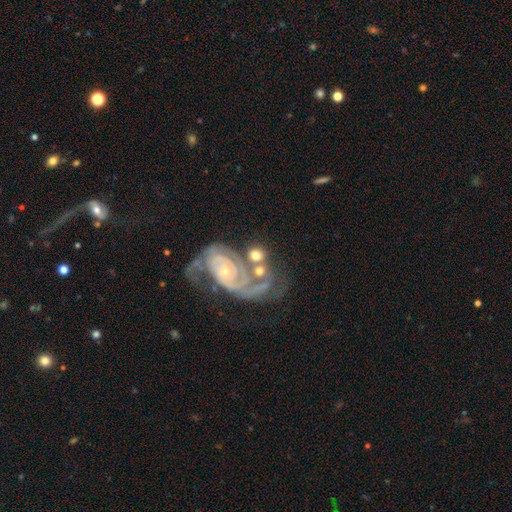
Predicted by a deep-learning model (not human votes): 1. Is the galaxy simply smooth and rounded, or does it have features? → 62% featured or disk, 31% smooth, 8% star or artifact.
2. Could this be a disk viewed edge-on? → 96% no, 4% yes.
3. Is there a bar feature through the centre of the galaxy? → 73% no, 19% weak, 7% strong.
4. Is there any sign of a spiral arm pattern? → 91% yes, 9% no.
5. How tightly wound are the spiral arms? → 61% tight, 31% medium, 9% loose.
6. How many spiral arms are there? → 51% 2, 17% 3, 17% can't tell, 6% 1, 5% 4, 4% more than 4.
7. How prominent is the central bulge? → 70% small, 22% moderate, 3% large, 3% none, 2% dominant.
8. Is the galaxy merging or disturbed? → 40% none, 35% merger, 14% minor disturbance, 11% major disturbance.